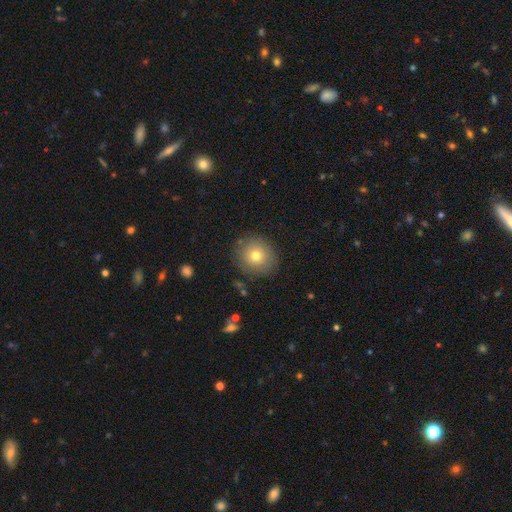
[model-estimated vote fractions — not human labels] Overall: smooth (76%). How rounded: round (88%). Merging: none (86%).